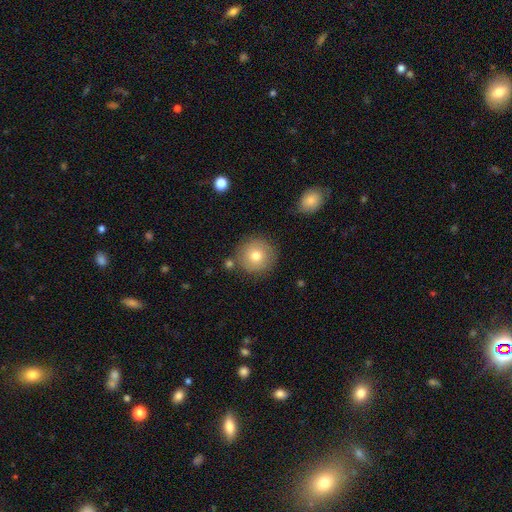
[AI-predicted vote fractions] This appears to be a smooth galaxy with no disk features (74%) that is round (95%). Merging: none (82%).